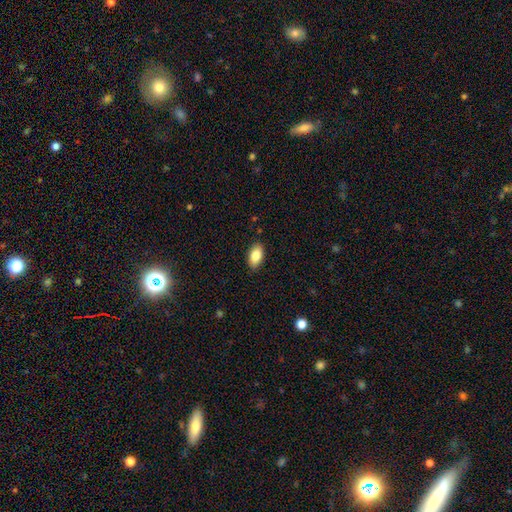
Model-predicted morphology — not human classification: type=smooth (85%); roundness=in between (93%); merging=none (87%).